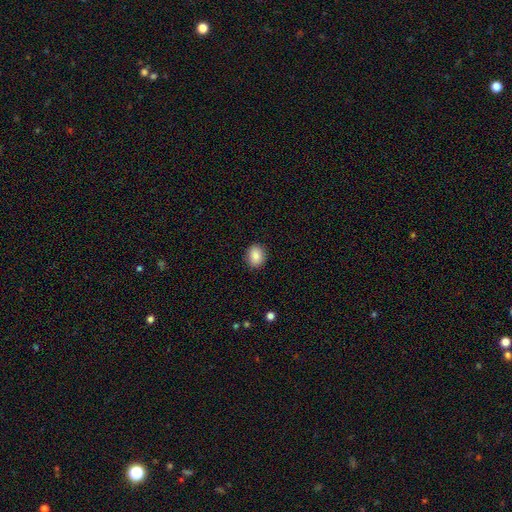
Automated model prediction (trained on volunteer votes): This is clearly a smooth galaxy (86%). How rounded: likely round (60%). Merging: clearly none (89%).